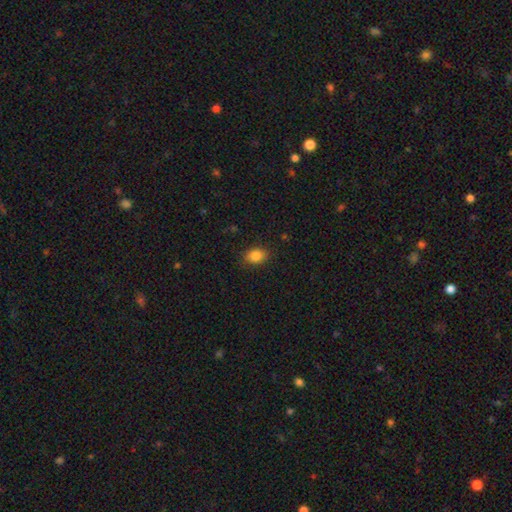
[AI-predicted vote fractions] smooth 86%, star or artifact 9%, featured or disk 5%. Down the decision tree: how rounded — in between (72%); merging — none (87%).